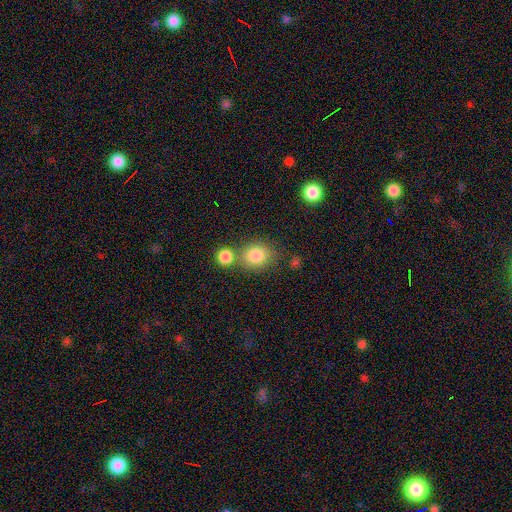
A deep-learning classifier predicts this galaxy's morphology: Q: Smooth or featured?
A: smooth (83%); runner-up: star or artifact (10%)
Q: How rounded?
A: round (64%); runner-up: in between (35%)
Q: Merging?
A: none (60%); runner-up: merger (24%)